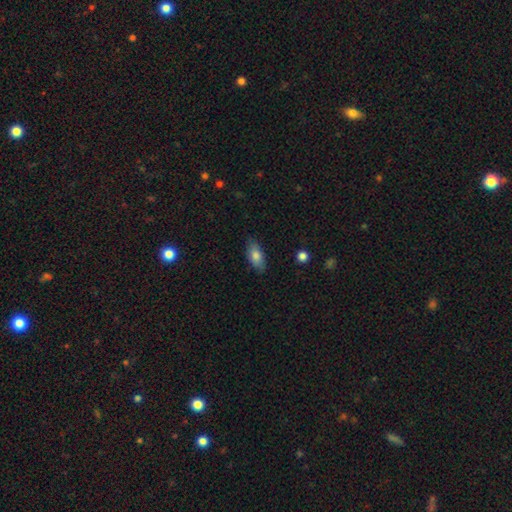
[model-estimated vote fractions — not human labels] Morphology: type=smooth (80%); roundness=in between (88%); merging=none (83%).